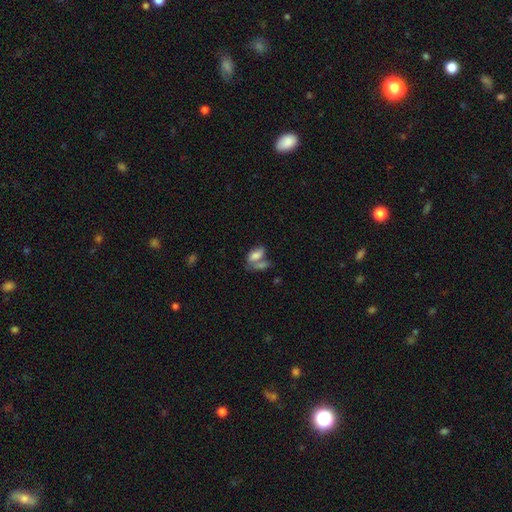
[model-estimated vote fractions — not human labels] smooth 73%, featured or disk 17%, star or artifact 10%. Down the decision tree: how rounded — in between (88%); merging — merger (51%).